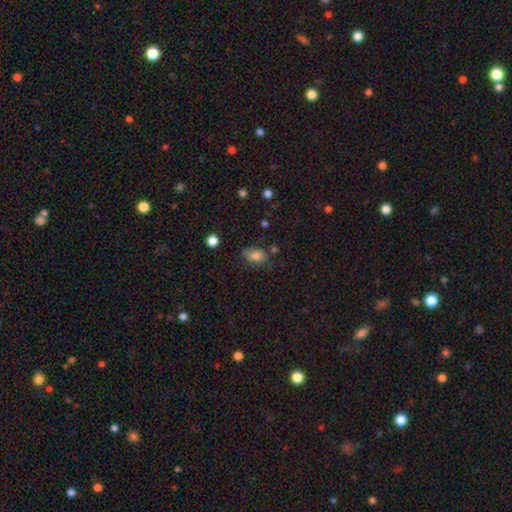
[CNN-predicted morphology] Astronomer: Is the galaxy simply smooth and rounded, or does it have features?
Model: smooth — 81%.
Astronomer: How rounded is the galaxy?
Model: in between — 82%.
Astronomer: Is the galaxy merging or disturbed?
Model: none — 61%.